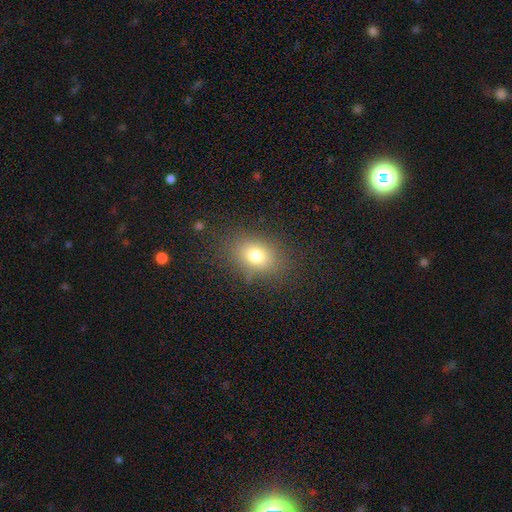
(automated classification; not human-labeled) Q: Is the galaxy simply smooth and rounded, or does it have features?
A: smooth — 75%.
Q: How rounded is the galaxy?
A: in between — 66%.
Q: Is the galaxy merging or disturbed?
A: none — 81%.